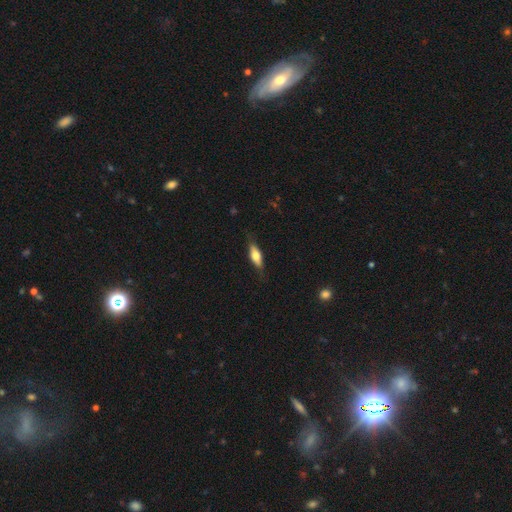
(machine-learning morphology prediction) Smooth or featured: smooth — 63% (featured or disk — 31%)
How rounded: in between — 58% (cigar-shaped — 39%)
Merging: none — 79% (minor disturbance — 17%)